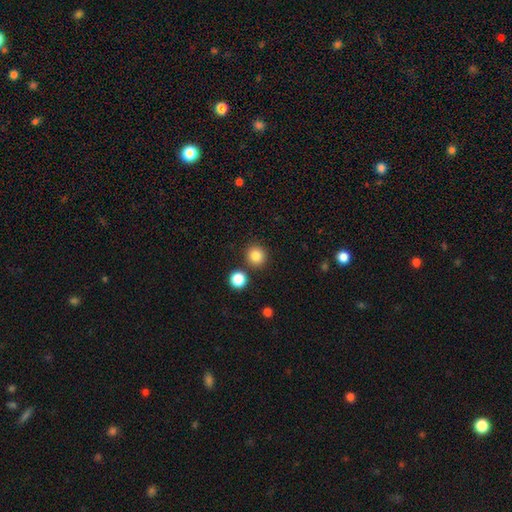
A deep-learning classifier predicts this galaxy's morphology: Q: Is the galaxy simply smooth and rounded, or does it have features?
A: smooth — 85%.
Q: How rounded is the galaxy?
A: round — 93%.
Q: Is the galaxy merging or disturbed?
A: none — 86%.